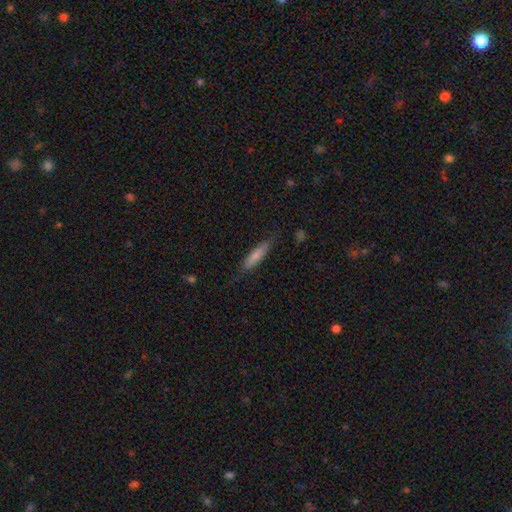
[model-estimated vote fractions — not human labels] A smooth galaxy with no disk features (78%) that is cigar-shaped (76%).

Vote fractions:
- Smooth or featured? smooth: 78% / featured or disk: 16% / star or artifact: 6%
- How rounded? cigar-shaped: 76% / in between: 23% / round: 1%
- Merging? none: 80% / minor disturbance: 15% / major disturbance: 3% / merger: 1%